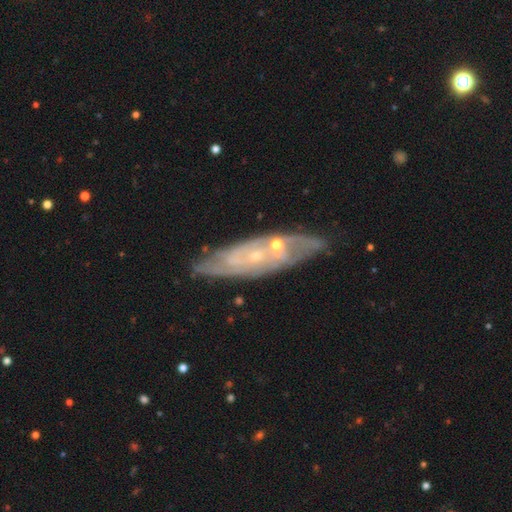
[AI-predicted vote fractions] The model was most divided on "bar": no: 75%, weak: 21%, strong: 5%. More confident: spiral arms — yes (81%); edge-on disk — no (78%); smooth or featured — featured or disk (77%); bulge size — small (76%); merging — none (74%).